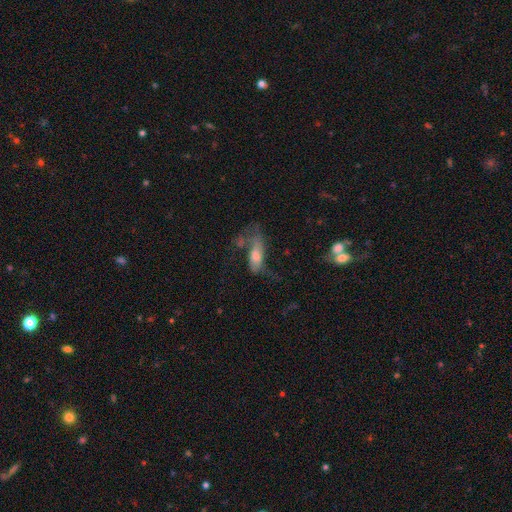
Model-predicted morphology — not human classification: smooth_or_featured: smooth (p=0.47) [alt: featured or disk p=0.42]
merging: major disturbance (p=0.36) [alt: none p=0.30]